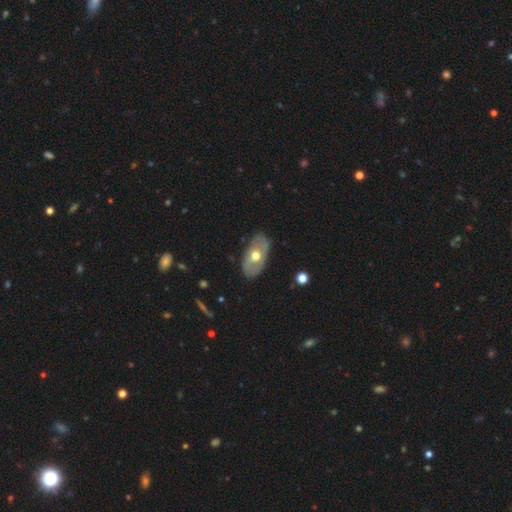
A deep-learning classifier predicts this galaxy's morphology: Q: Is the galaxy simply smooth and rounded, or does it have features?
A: featured or disk — 52%.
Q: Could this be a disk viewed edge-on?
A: no — 86%.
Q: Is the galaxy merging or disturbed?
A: none — 81%.